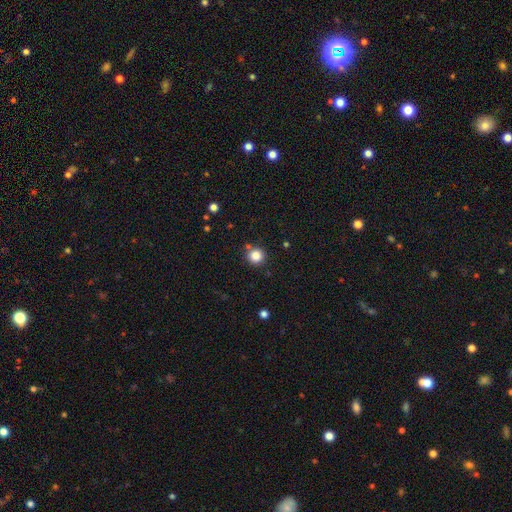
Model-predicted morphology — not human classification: This is clearly a smooth galaxy (85%). How rounded: clearly round (94%). Merging: clearly none (85%).